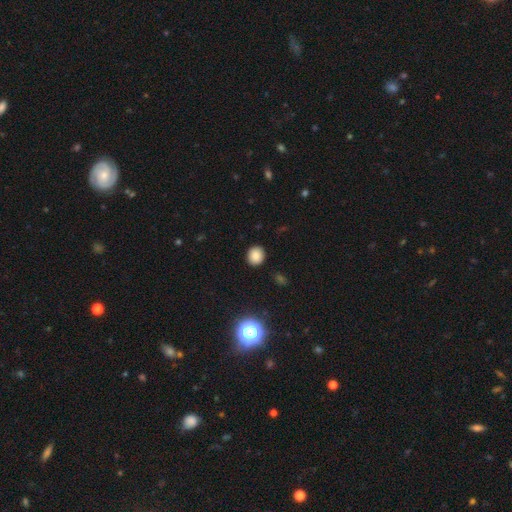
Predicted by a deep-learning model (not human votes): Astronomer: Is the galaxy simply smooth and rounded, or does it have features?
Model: smooth — 84%.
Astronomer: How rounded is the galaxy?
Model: round — 81%.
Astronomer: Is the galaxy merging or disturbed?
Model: none — 91%.